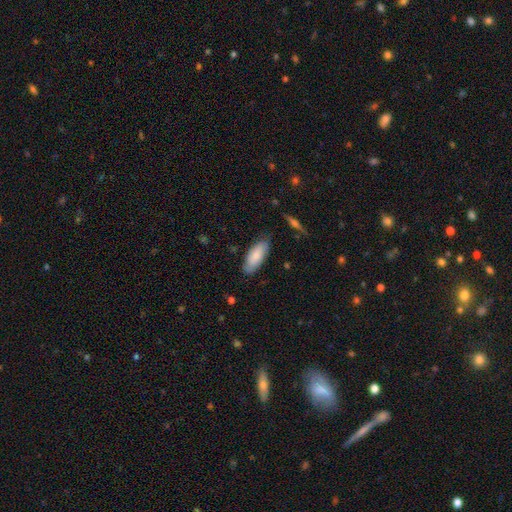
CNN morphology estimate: A smooth galaxy with no disk features (76%) that is in between round and cigar-shaped (80%). Merging: none (78%).